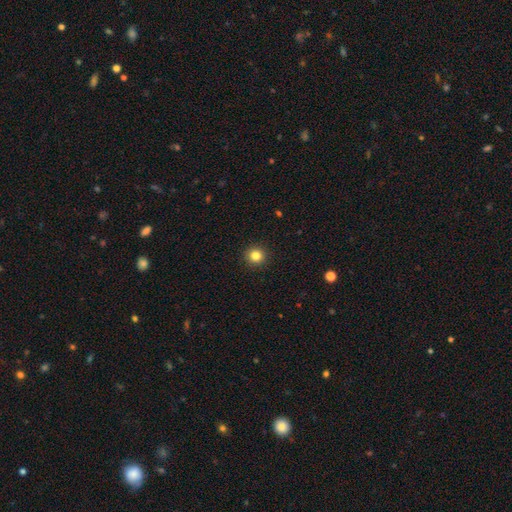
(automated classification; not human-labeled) smooth_or_featured: smooth (p=0.83) [alt: star or artifact p=0.12]
how_rounded: round (p=0.94) [alt: in between p=0.05]
merging: none (p=0.93) [alt: minor disturbance p=0.04]